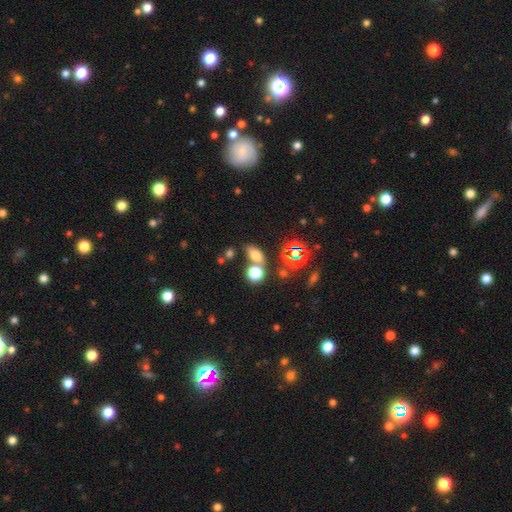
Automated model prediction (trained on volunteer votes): Smooth or featured: smooth — 65% (star or artifact — 23%)
How rounded: in between — 73% (round — 23%)
Merging: none — 59% (merger — 26%)